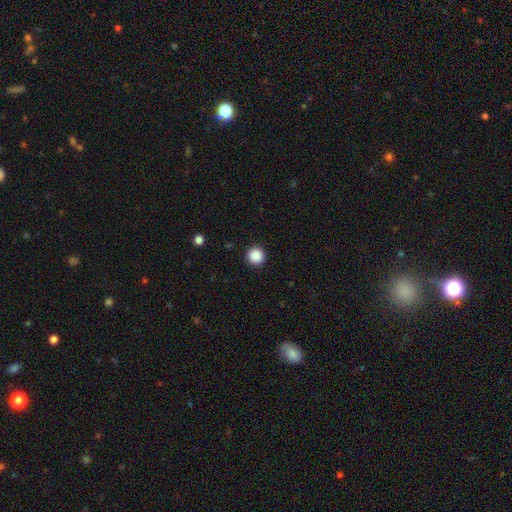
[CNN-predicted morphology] smooth 88%, star or artifact 10%, featured or disk 2%. Down the decision tree: how rounded — round (96%); merging — none (93%).